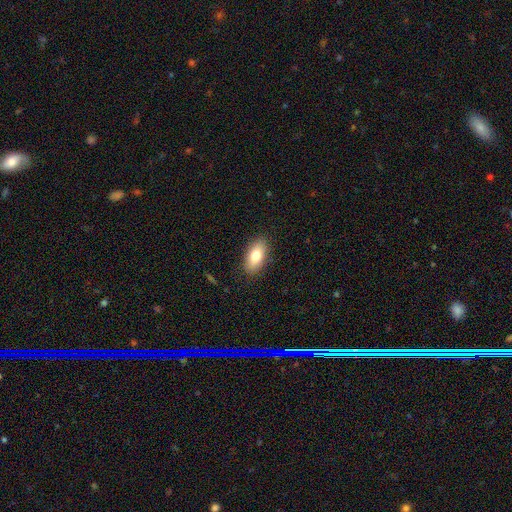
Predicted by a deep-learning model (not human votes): Q: Smooth or featured?
A: smooth (77%); runner-up: featured or disk (16%)
Q: How rounded?
A: in between (89%); runner-up: cigar-shaped (7%)
Q: Merging?
A: none (87%); runner-up: minor disturbance (10%)